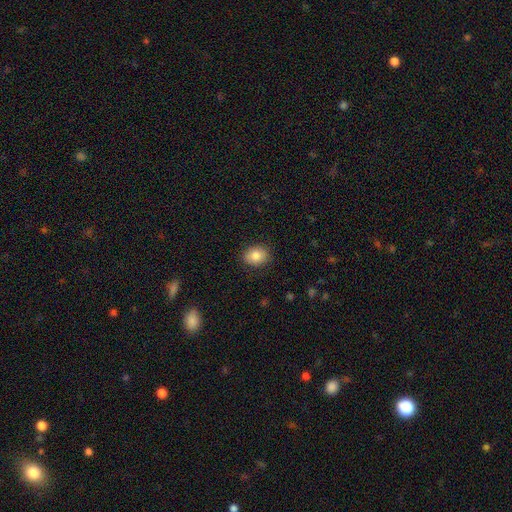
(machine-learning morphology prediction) Smooth or featured: smooth — 85% (star or artifact — 8%)
How rounded: in between — 55% (round — 44%)
Merging: none — 88% (minor disturbance — 9%)